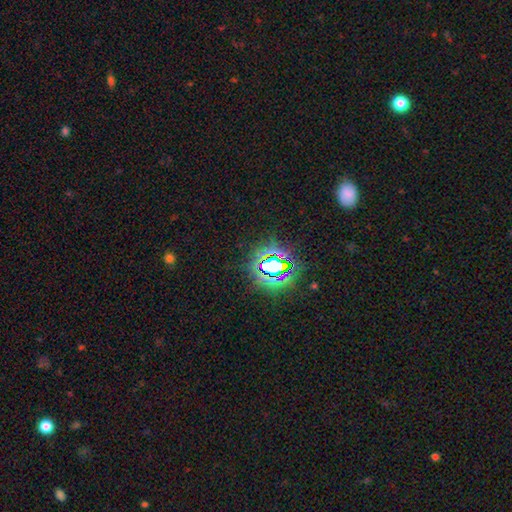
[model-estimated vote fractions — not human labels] Smooth or featured? star or artifact (79%)